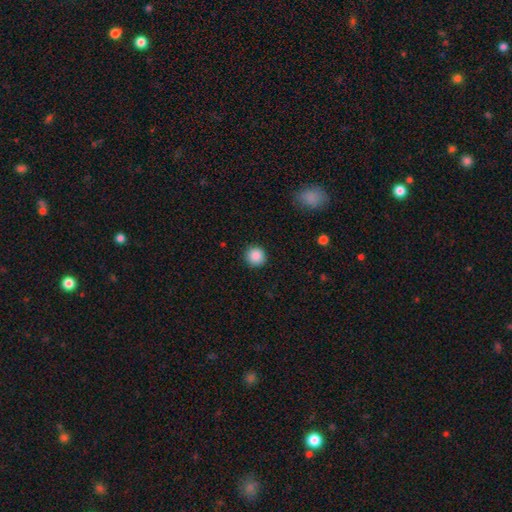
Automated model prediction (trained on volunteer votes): The model was most divided on "smooth or featured": smooth: 88%, star or artifact: 9%, featured or disk: 3%. More confident: how rounded — round (94%); merging — none (91%).